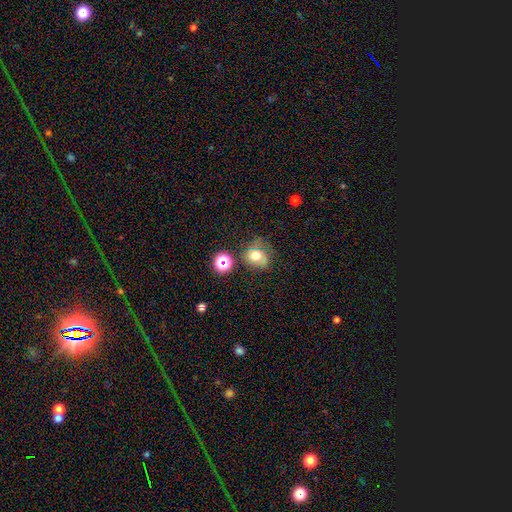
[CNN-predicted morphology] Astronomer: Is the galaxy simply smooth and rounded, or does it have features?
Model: smooth — 61%.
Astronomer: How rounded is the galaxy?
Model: round — 67%.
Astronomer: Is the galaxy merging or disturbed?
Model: none — 47% (runner-up: minor disturbance, 28%).